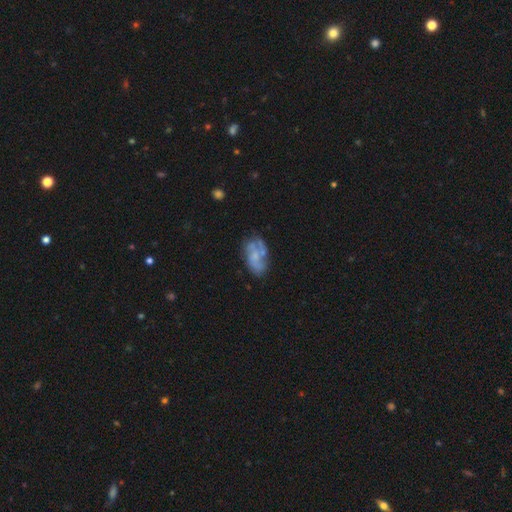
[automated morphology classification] featured or disk 58%, smooth 33%, star or artifact 9%. Down the decision tree: edge-on disk — no (96%); bar — no (75%); spiral arms — yes (58%); bulge size — none (39%); merging — none (53%).